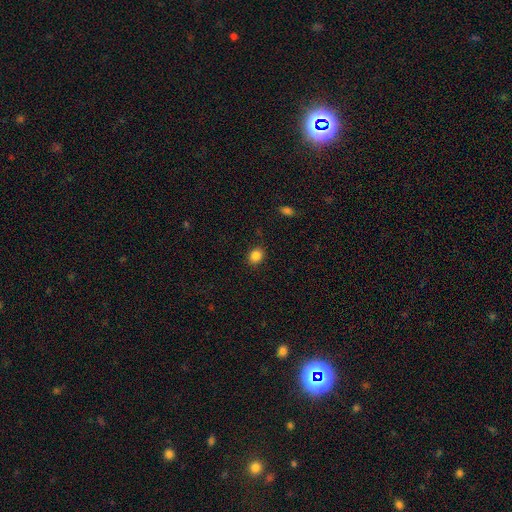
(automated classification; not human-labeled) Smooth or featured? smooth (85%)
How rounded? round (60%)
Merging? none (87%)